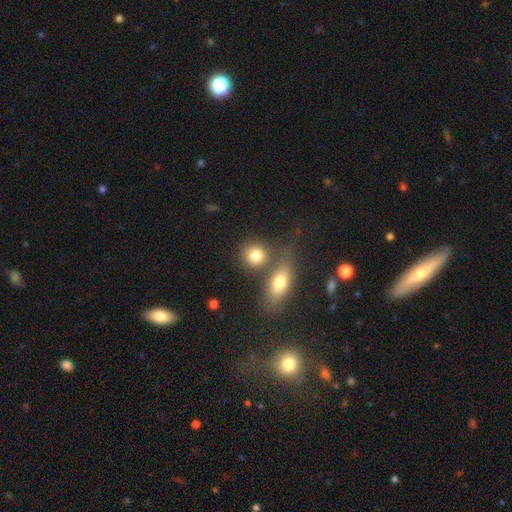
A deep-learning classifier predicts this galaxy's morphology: smooth_or_featured: smooth (p=0.80) [alt: featured or disk p=0.11]
how_rounded: round (p=0.75) [alt: in between p=0.23]
merging: none (p=0.54) [alt: merger p=0.32]